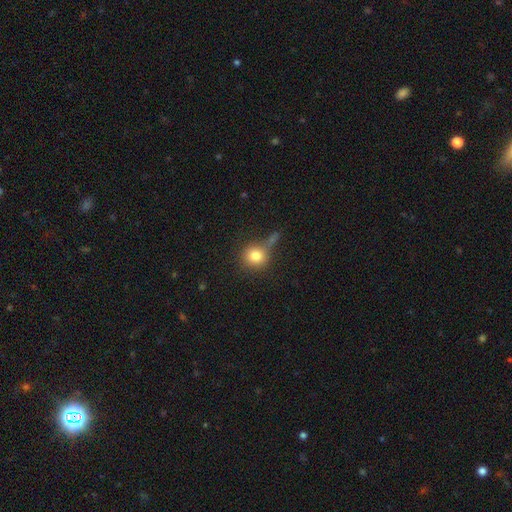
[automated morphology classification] smooth 80%, star or artifact 11%, featured or disk 10%. Down the decision tree: how rounded — round (86%); merging — none (53%).